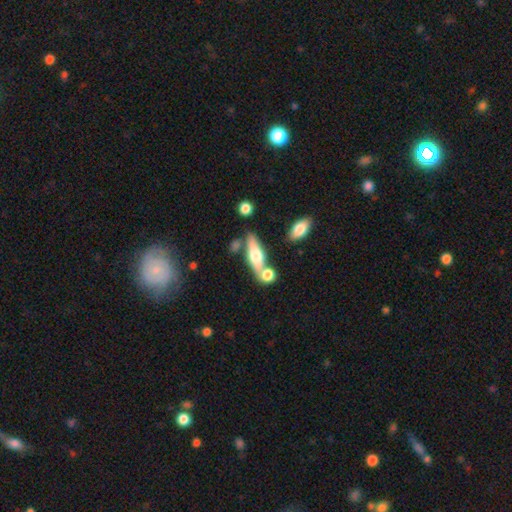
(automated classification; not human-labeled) A smooth galaxy with no disk features (50%) that is cigar-shaped (53%). Merging: none (58%).